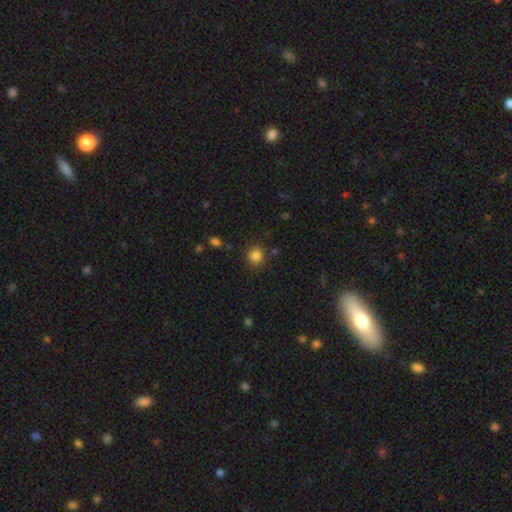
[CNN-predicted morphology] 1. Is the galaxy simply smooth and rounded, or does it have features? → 84% smooth, 12% star or artifact, 4% featured or disk.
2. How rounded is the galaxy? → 87% round, 12% in between, 1% cigar-shaped.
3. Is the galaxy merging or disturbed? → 85% none, 9% minor disturbance, 3% major disturbance, 3% merger.